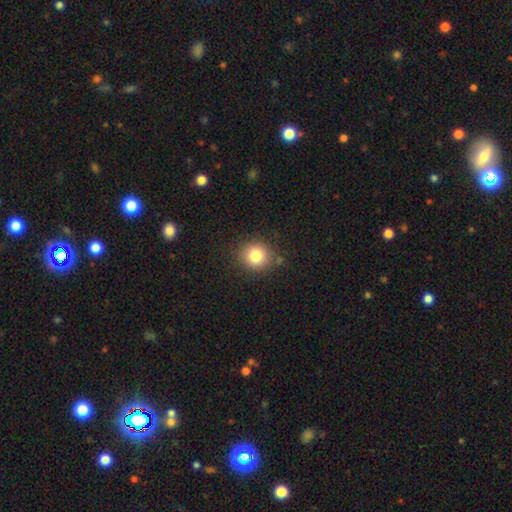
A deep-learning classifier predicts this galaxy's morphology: Q: Smooth or featured?
A: smooth (81%); runner-up: star or artifact (12%)
Q: How rounded?
A: round (88%); runner-up: in between (11%)
Q: Merging?
A: none (85%); runner-up: minor disturbance (10%)